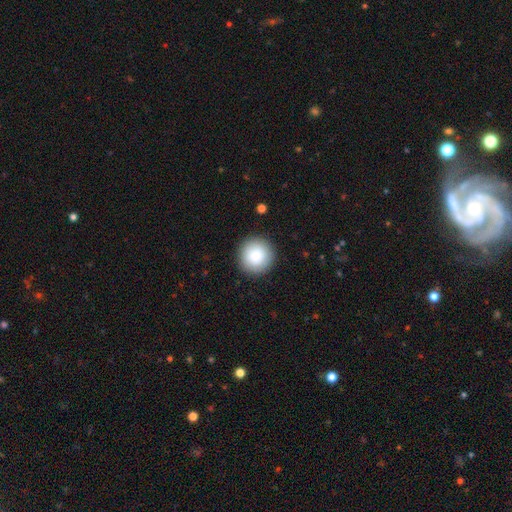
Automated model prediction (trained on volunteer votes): Smooth or featured?
  - smooth: 83% *
  - featured or disk: 9%
  - star or artifact: 8%
How rounded?
  - round: 96% *
  - in between: 4%
  - cigar-shaped: 1%
Merging?
  - none: 91% *
  - minor disturbance: 6%
  - major disturbance: 2%
  - merger: 1%